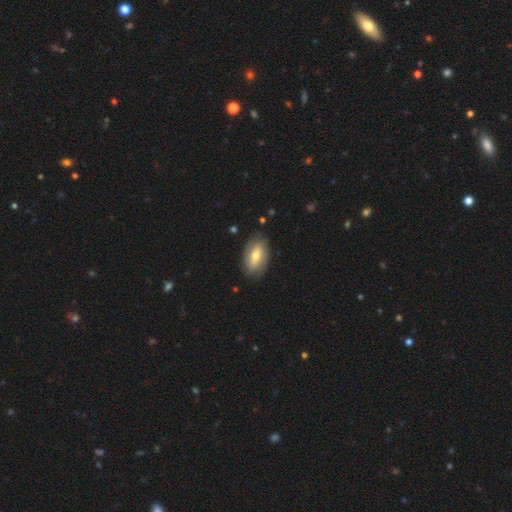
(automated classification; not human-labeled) Morphology: type=smooth (47%, tied with featured or disk); merging=none (81%).